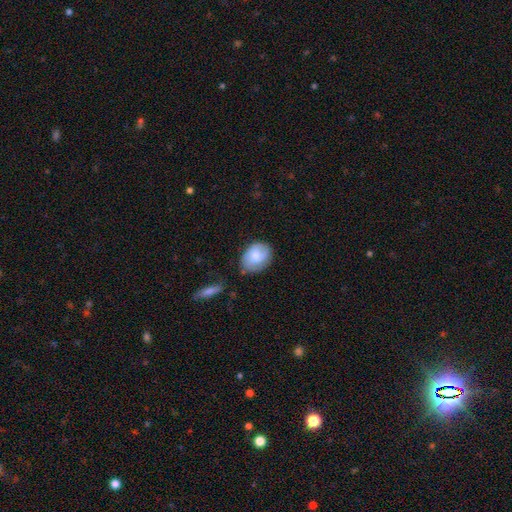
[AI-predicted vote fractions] This appears to be a smooth galaxy with no disk features (69%) that is in between round and cigar-shaped (65%). Merging: none (69%).